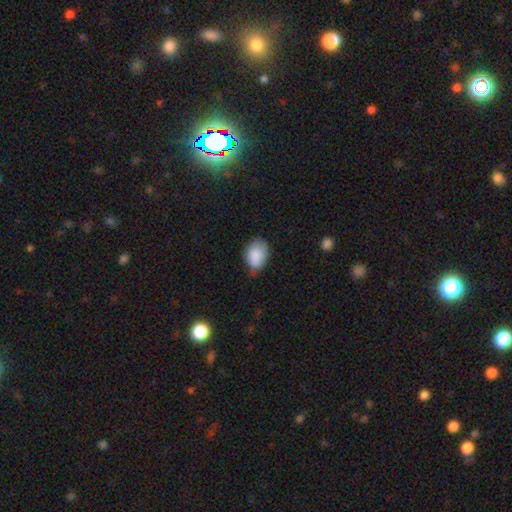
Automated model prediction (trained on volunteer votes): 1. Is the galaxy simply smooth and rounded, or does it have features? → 86% smooth, 7% star or artifact, 7% featured or disk.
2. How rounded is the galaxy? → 80% in between, 19% round, 1% cigar-shaped.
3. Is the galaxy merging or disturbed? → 54% none, 37% minor disturbance, 7% major disturbance, 2% merger.